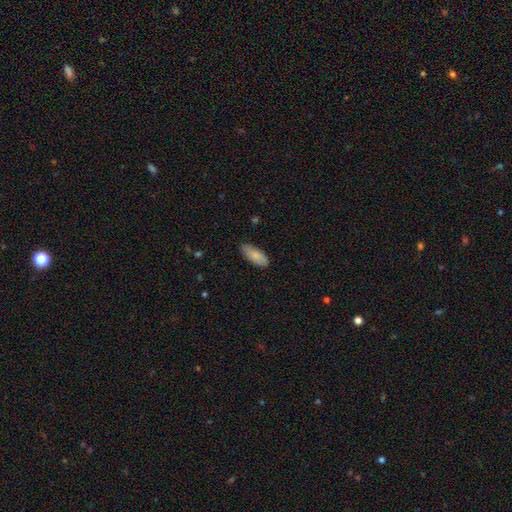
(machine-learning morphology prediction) Overall: smooth (82%). How rounded: in between (85%). Merging: none (83%).